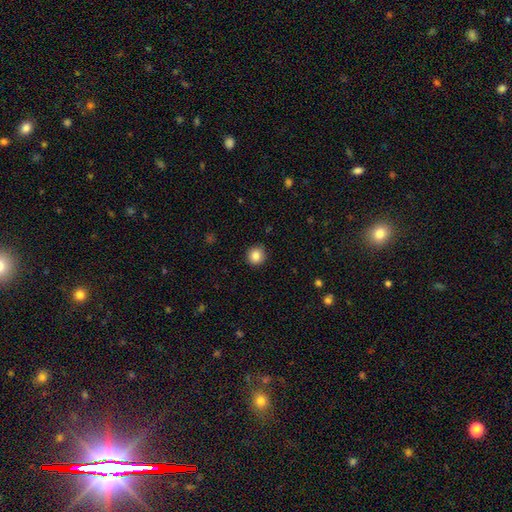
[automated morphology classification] smooth_or_featured: smooth (p=0.86) [alt: star or artifact p=0.10]
how_rounded: round (p=0.92) [alt: in between p=0.07]
merging: none (p=0.91) [alt: minor disturbance p=0.06]